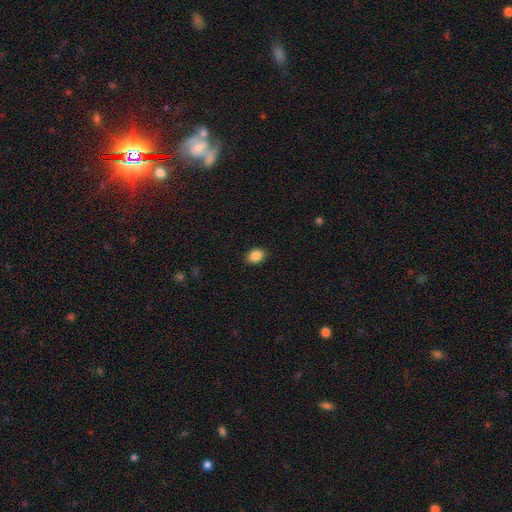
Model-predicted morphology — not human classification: A smooth galaxy with no disk features (87%) that is in between round and cigar-shaped (70%).

Vote fractions:
- Smooth or featured? smooth: 87% / star or artifact: 9% / featured or disk: 4%
- How rounded? in between: 70% / round: 29% / cigar-shaped: 1%
- Merging? none: 89% / minor disturbance: 8% / major disturbance: 2% / merger: 1%